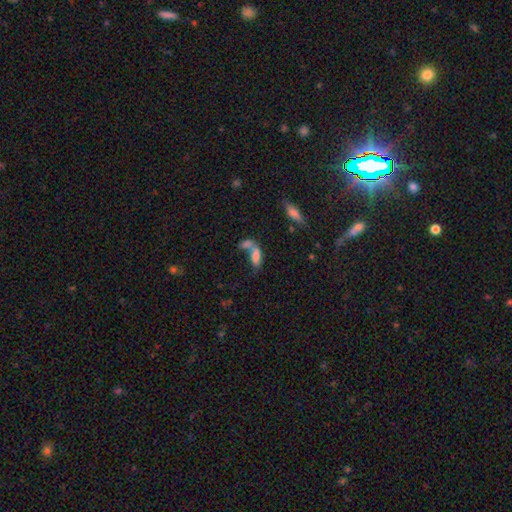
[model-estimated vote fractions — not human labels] This is likely a smooth galaxy (71%). How rounded: likely in between (77%). Merging: possibly merger (58%).